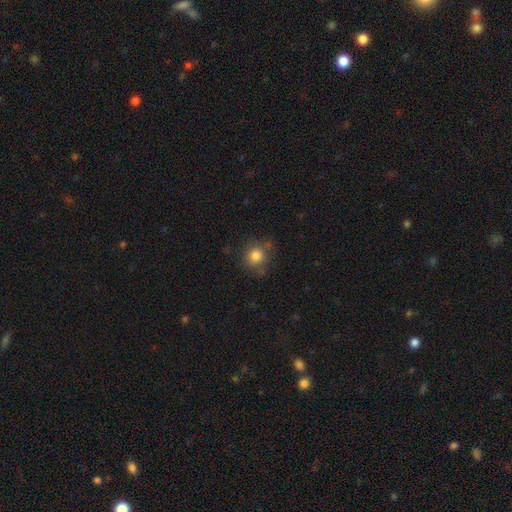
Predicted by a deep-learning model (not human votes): Smooth or featured? Predicted: smooth (p=0.81). How rounded? Predicted: round (p=0.89). Merging? Predicted: none (p=0.74).